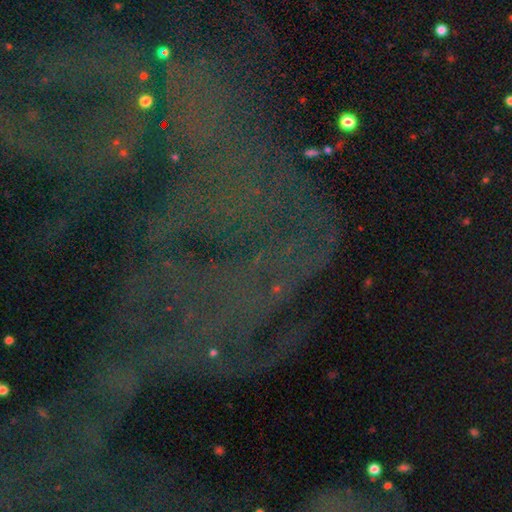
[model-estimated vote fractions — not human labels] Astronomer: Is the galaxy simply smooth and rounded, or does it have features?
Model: star or artifact — 77%.